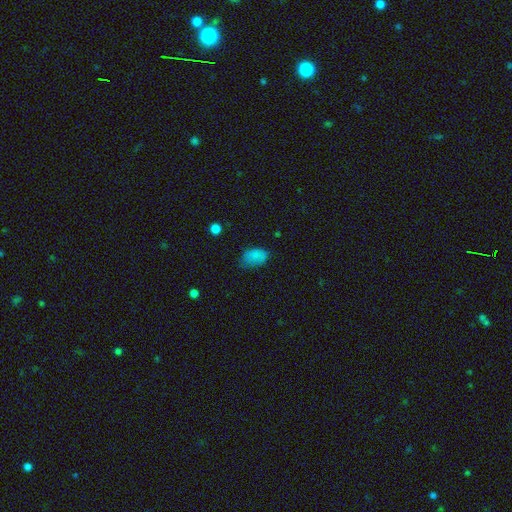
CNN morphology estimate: A smooth galaxy with no disk features (82%) that is in between round and cigar-shaped (90%). Merging: none (56%).